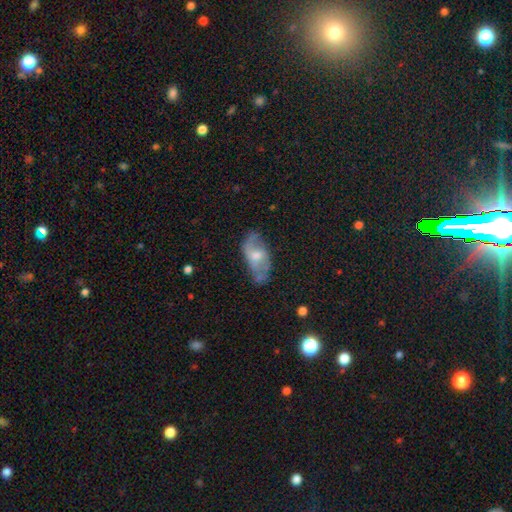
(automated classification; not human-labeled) Q: Smooth or featured?
A: featured or disk (63%); runner-up: smooth (28%)
Q: Edge-on disk?
A: no (90%); runner-up: yes (10%)
Q: Bar?
A: no (48%); runner-up: weak (42%)
Q: Spiral arms?
A: yes (78%); runner-up: no (22%)
Q: Bulge size?
A: moderate (55%); runner-up: small (35%)
Q: Merging?
A: none (63%); runner-up: minor disturbance (25%)